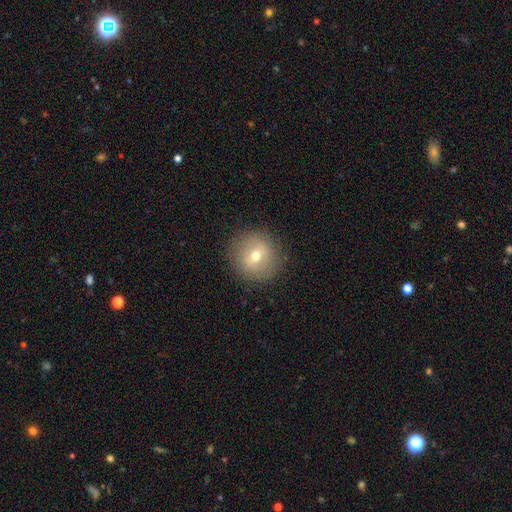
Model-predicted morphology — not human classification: smooth-or-featured: smooth: 59% | featured or disk: 29% | star or artifact: 11%
  how-rounded: round: 93% | in between: 6% | cigar-shaped: 1%
  merging: none: 88% | minor disturbance: 8% | major disturbance: 3% | merger: 1%